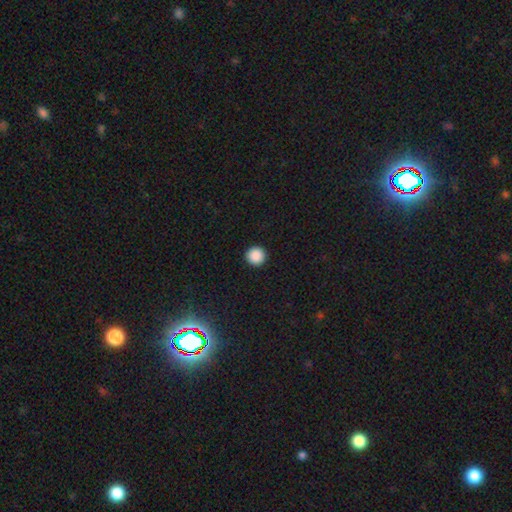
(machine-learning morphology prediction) smooth-or-featured: smooth: 89% | star or artifact: 9% | featured or disk: 2%
  how-rounded: round: 96% | in between: 3% | cigar-shaped: 1%
  merging: none: 94% | minor disturbance: 4% | major disturbance: 1% | merger: 1%